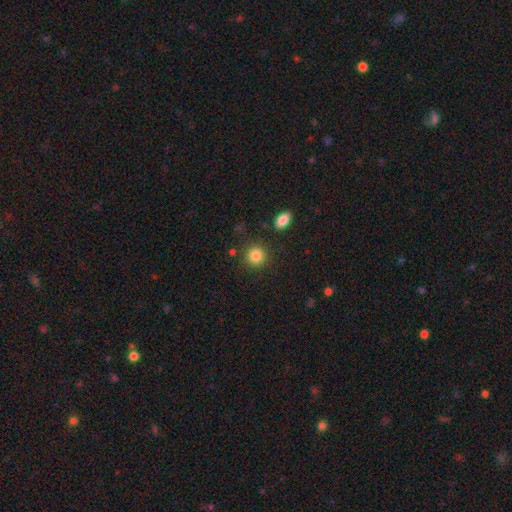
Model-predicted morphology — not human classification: Overall: smooth (85%). How rounded: round (89%). Merging: none (87%).